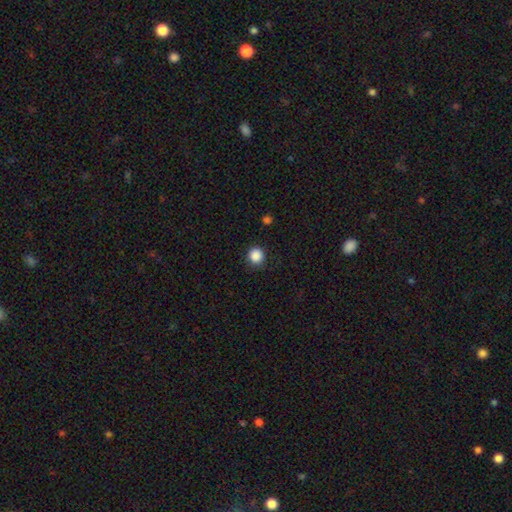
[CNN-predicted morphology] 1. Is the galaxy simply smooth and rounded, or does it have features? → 87% smooth, 10% star or artifact, 3% featured or disk.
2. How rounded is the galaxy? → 93% round, 6% in between, 1% cigar-shaped.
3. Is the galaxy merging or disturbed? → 89% none, 8% minor disturbance, 2% major disturbance, 1% merger.